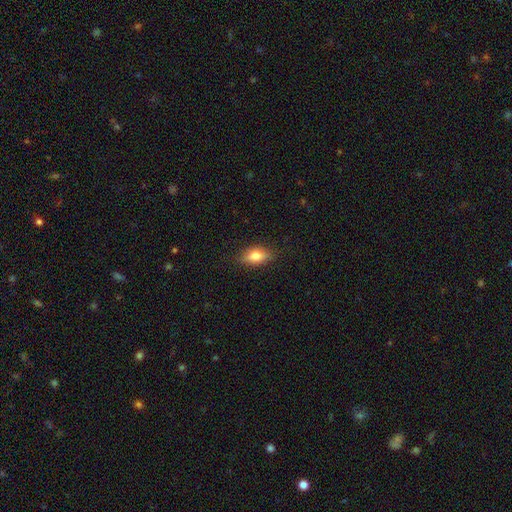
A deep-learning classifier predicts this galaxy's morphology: smooth_or_featured: smooth (p=0.73) [alt: featured or disk p=0.19]
how_rounded: in between (p=0.82) [alt: cigar-shaped p=0.10]
merging: none (p=0.83) [alt: minor disturbance p=0.13]